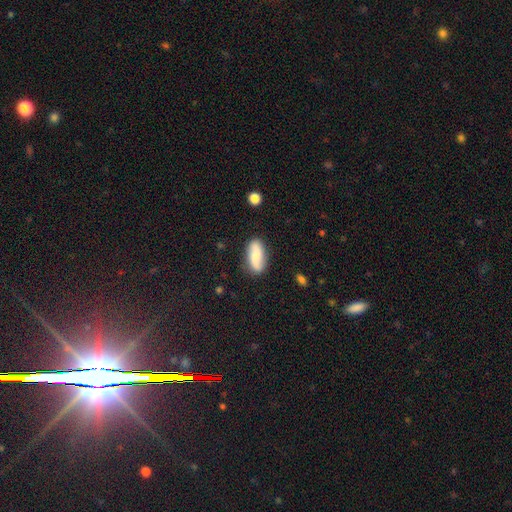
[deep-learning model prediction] smooth-or-featured: smooth: 64% | featured or disk: 29% | star or artifact: 7%
  how-rounded: in between: 86% | cigar-shaped: 11% | round: 3%
  merging: none: 79% | minor disturbance: 15% | major disturbance: 4% | merger: 2%